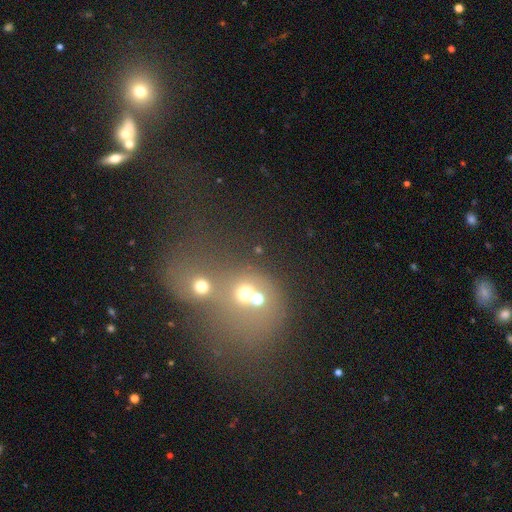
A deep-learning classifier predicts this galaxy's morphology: Smooth or featured? Predicted: smooth (p=0.41). Merging? Predicted: merger (p=0.64).